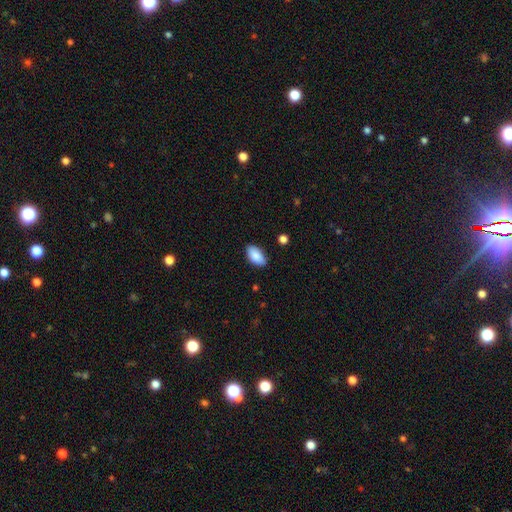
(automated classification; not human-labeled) Morphology: type=smooth (88%); roundness=in between (95%); merging=none (85%).